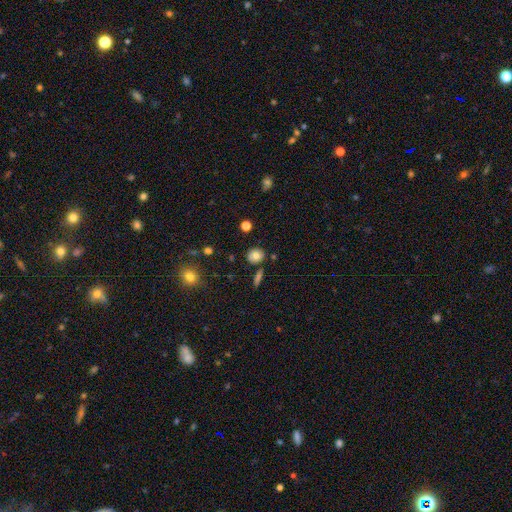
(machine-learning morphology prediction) smooth_or_featured: smooth (p=0.78) [alt: featured or disk p=0.11]
how_rounded: round (p=0.75) [alt: in between p=0.23]
merging: none (p=0.82) [alt: minor disturbance p=0.10]